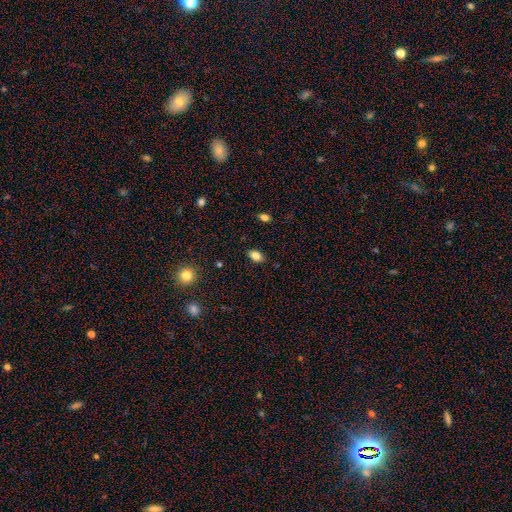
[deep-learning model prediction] This is clearly a smooth galaxy (81%). How rounded: clearly in between (88%). Merging: clearly none (86%).